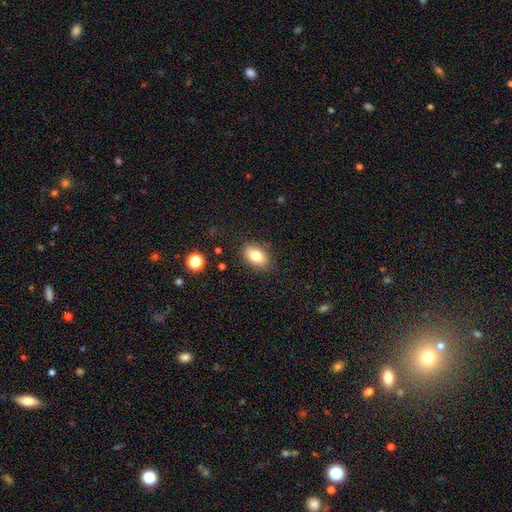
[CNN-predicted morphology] Smooth or featured? Predicted: smooth (p=0.80). How rounded? Predicted: in between (p=0.85). Merging? Predicted: none (p=0.83).